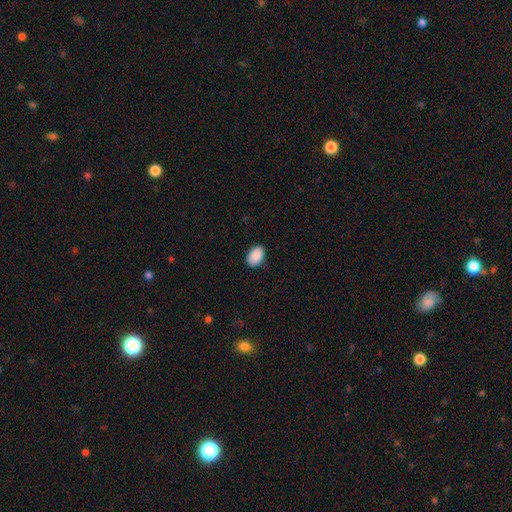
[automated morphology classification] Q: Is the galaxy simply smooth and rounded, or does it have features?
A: smooth — 91%.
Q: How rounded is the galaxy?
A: in between — 88%.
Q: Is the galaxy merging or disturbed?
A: none — 87%.